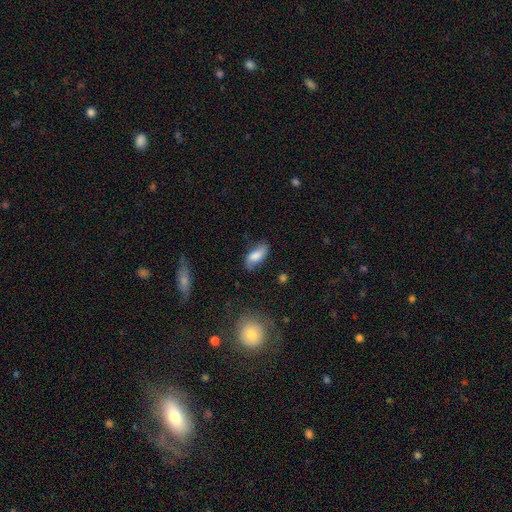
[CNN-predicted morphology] smooth-or-featured: smooth: 71% | featured or disk: 22% | star or artifact: 7%
  how-rounded: in between: 81% | cigar-shaped: 16% | round: 3%
  merging: none: 65% | minor disturbance: 26% | major disturbance: 7% | merger: 2%